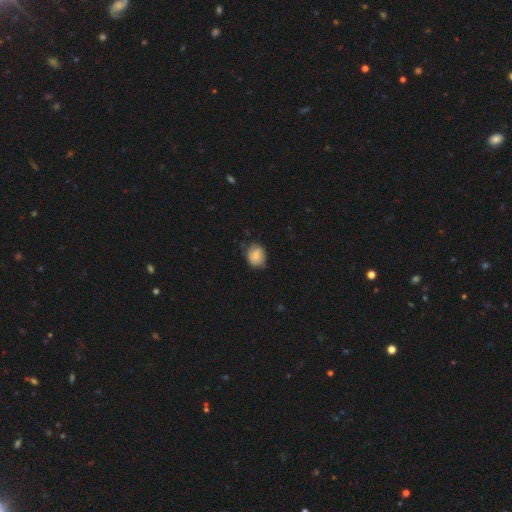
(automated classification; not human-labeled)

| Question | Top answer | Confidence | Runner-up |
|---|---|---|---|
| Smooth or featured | smooth | 76% | featured or disk (16%) |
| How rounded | round | 57% | in between (42%) |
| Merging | none | 63% | minor disturbance (29%) |